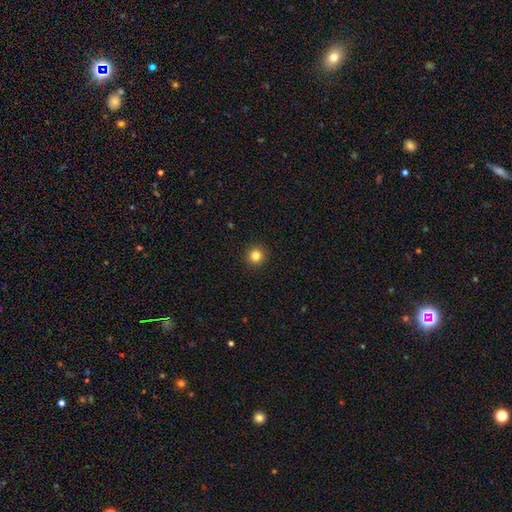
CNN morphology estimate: The model was most divided on "smooth or featured": smooth: 83%, star or artifact: 12%, featured or disk: 5%. More confident: how rounded — round (95%); merging — none (93%).